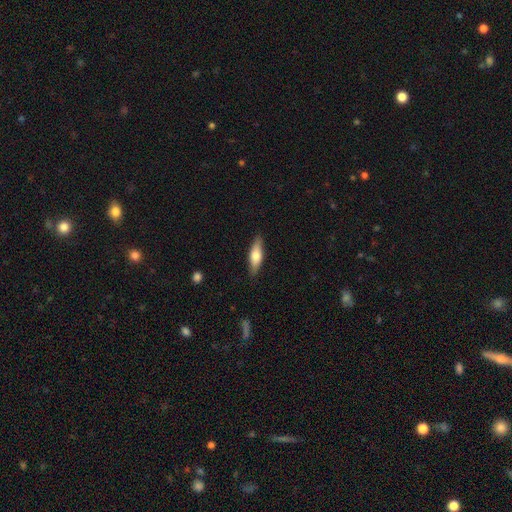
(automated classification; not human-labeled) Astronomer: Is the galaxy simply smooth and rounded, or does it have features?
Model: smooth — 60%.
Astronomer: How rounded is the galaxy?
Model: cigar-shaped — 50% (runner-up: in between, 48%).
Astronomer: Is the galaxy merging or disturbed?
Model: none — 87%.